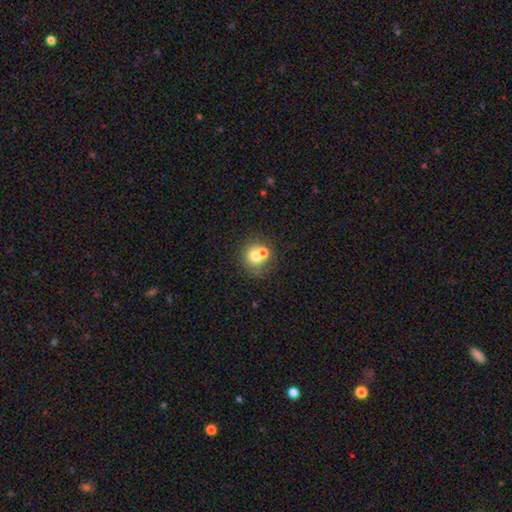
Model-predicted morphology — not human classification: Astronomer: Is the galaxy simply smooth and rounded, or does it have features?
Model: smooth — 67%.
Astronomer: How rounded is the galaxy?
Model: round — 84%.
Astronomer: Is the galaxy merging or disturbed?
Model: none — 47% (runner-up: merger, 42%).